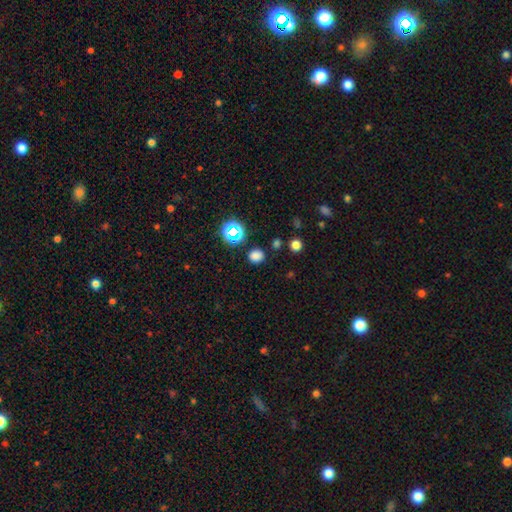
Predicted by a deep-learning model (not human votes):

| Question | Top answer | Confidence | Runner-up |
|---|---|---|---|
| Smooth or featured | smooth | 74% | star or artifact (22%) |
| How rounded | round | 81% | in between (18%) |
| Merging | none | 86% | minor disturbance (8%) |